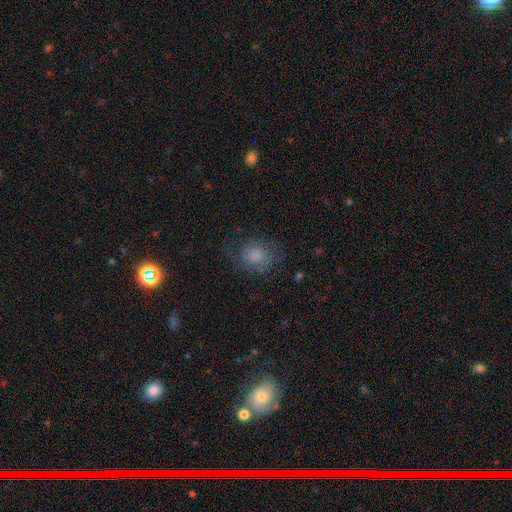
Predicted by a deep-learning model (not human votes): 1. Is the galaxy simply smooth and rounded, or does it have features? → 63% smooth, 25% featured or disk, 12% star or artifact.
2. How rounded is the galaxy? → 62% round, 37% in between, 1% cigar-shaped.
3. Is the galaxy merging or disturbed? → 60% none, 21% minor disturbance, 17% major disturbance, 2% merger.